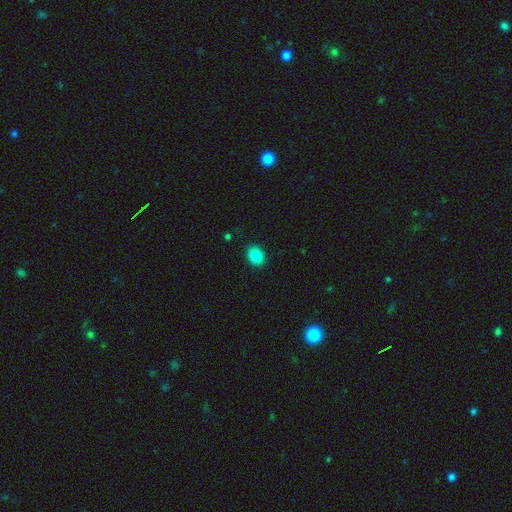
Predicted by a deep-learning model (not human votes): Smooth or featured: smooth — 86% (star or artifact — 9%)
How rounded: in between — 51% (round — 48%)
Merging: none — 90% (minor disturbance — 7%)